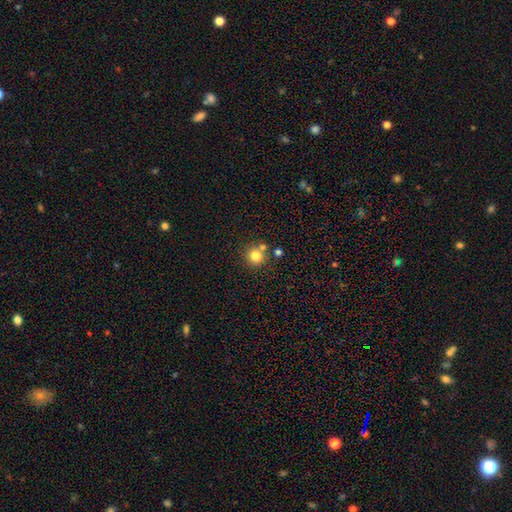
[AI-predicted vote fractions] Overall: smooth (80%). How rounded: round (93%). Merging: none (69%).